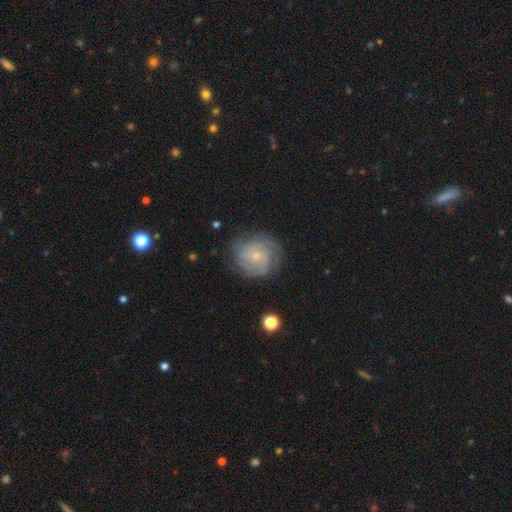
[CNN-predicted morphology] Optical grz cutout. It shows a featured or disk galaxy (77%) with no bar (74%), tight (65%) spiral arms (94%) and a small central bulge (78%). Merging: none (76%).